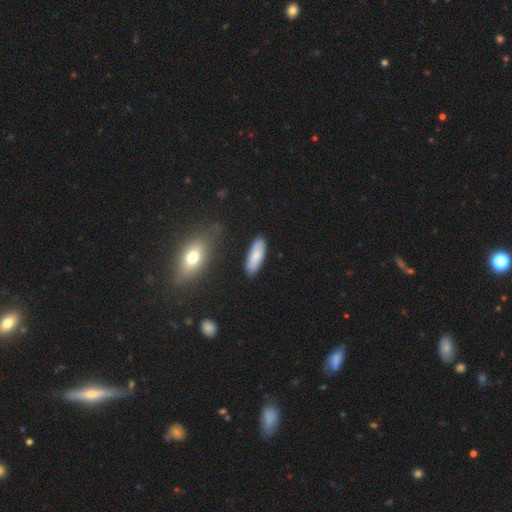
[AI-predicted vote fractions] A smooth galaxy with no disk features (75%) that is in between round and cigar-shaped (62%). Merging: none (82%).